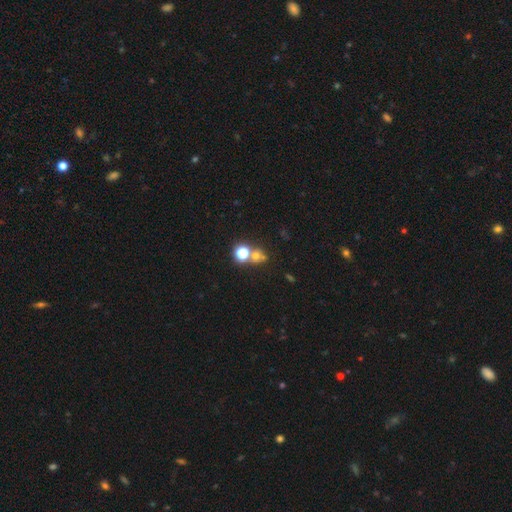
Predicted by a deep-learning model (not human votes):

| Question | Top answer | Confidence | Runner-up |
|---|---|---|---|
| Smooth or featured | smooth | 57% | star or artifact (30%) |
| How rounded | round | 80% | in between (19%) |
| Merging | none | 48% | merger (39%) |